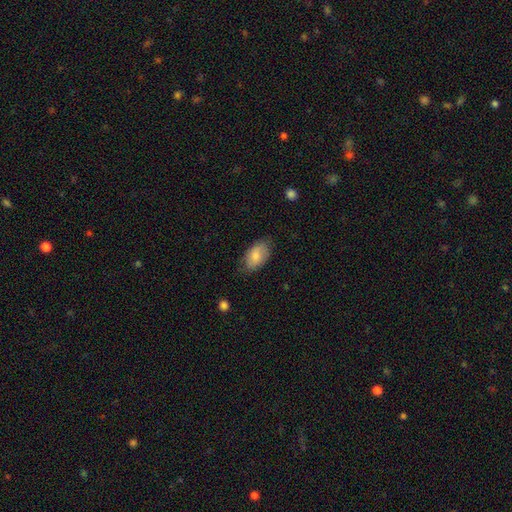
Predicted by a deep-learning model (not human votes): The model was most divided on "merging": none: 73%, minor disturbance: 22%, major disturbance: 4%, merger: 1%. More confident: how rounded — in between (93%); smooth or featured — smooth (77%).